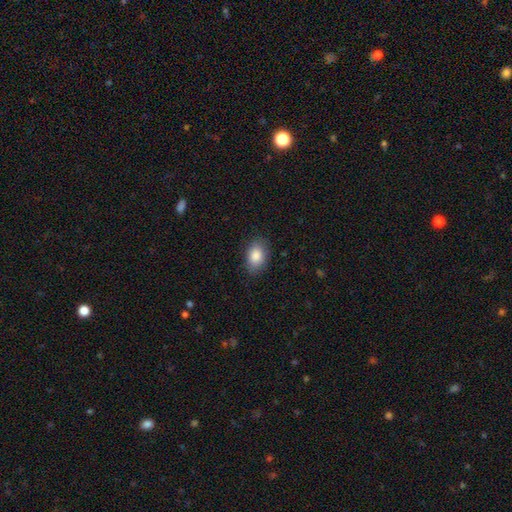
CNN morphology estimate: smooth 87%, star or artifact 7%, featured or disk 6%. Down the decision tree: how rounded — in between (88%); merging — none (84%).